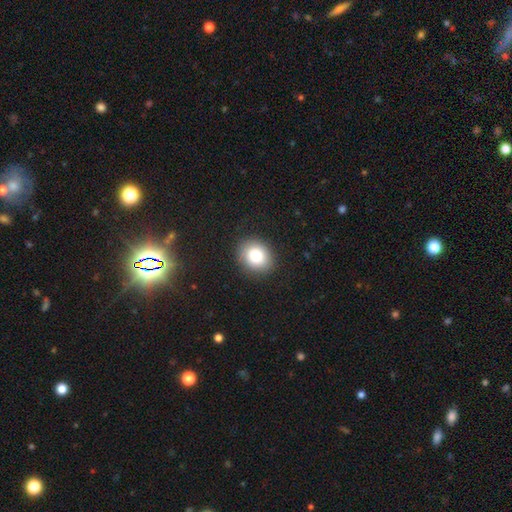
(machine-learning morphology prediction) Smooth or featured? smooth (82%)
How rounded? round (60%)
Merging? none (88%)